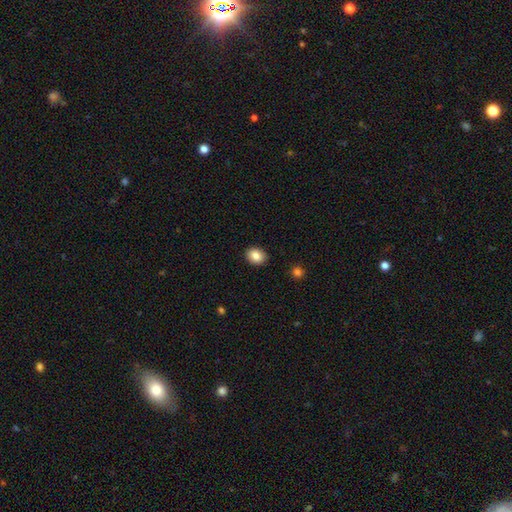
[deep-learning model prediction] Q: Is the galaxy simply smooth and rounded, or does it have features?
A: smooth — 86%.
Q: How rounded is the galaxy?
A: round — 50%.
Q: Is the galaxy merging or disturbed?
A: none — 90%.